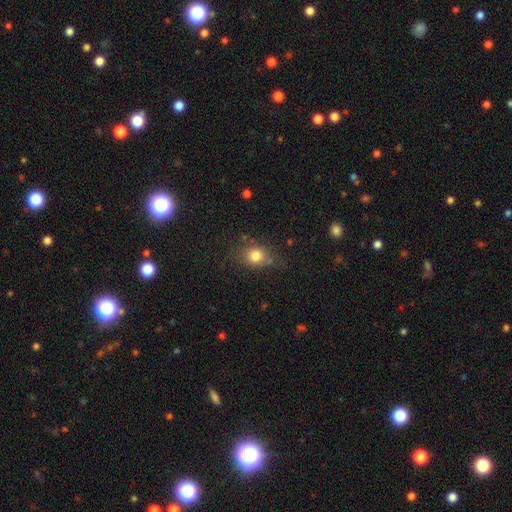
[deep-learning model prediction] Morphology: type=smooth (79%); roundness=round (65%); merging=none (69%).